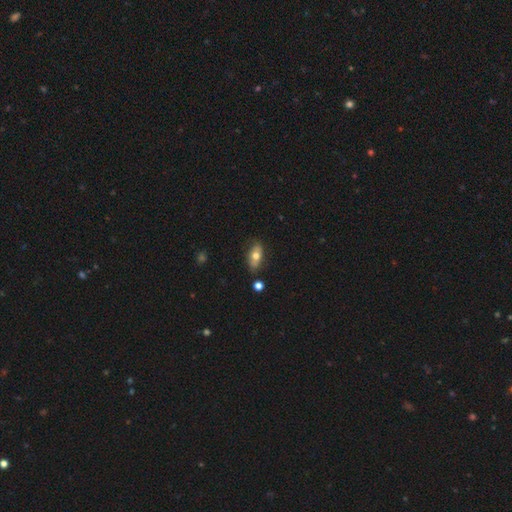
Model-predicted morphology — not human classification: smooth-or-featured: smooth: 65% | featured or disk: 27% | star or artifact: 7%
  how-rounded: in between: 84% | cigar-shaped: 11% | round: 5%
  merging: none: 79% | minor disturbance: 15% | major disturbance: 3% | merger: 3%